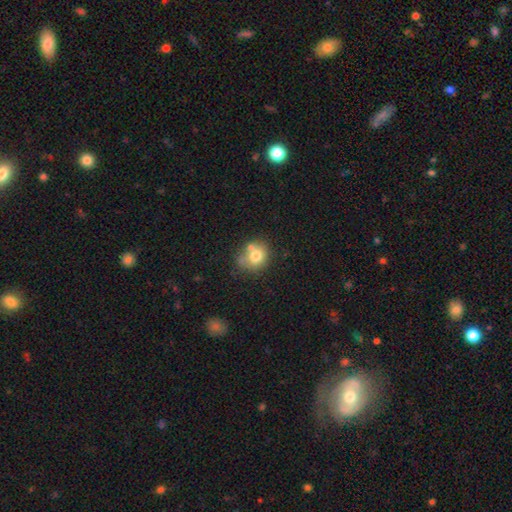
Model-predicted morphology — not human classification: Smooth or featured: smooth — 71% (featured or disk — 18%)
How rounded: round — 68% (in between — 31%)
Merging: none — 50% (merger — 28%)